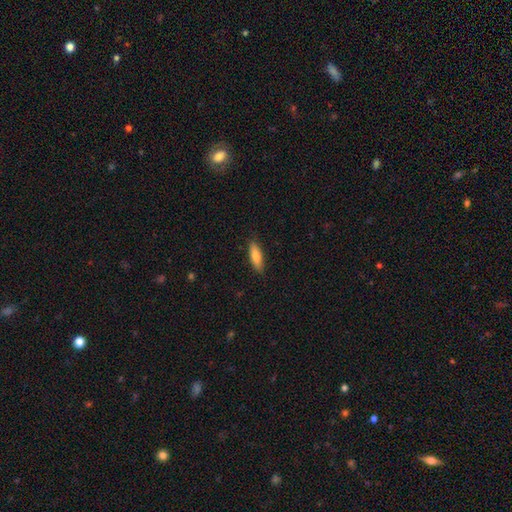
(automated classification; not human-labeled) A smooth galaxy with no disk features (79%) that is cigar-shaped (60%). Merging: none (87%).